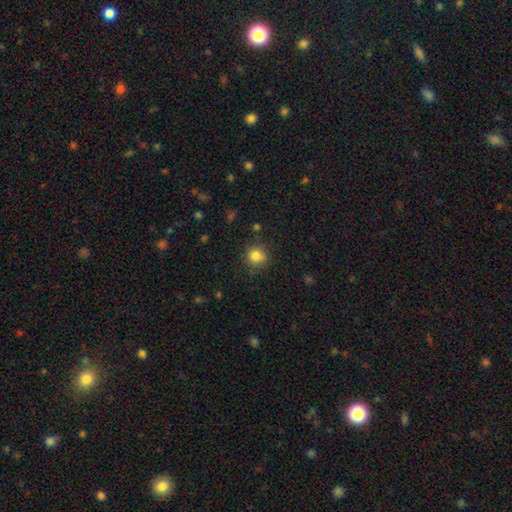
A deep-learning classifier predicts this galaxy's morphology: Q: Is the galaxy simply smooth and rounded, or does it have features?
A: smooth — 83%.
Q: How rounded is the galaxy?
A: round — 87%.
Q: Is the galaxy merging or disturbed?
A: none — 79%.